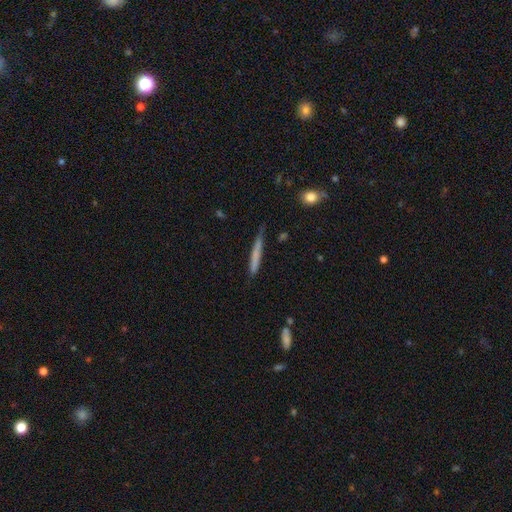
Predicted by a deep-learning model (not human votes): Overall: smooth (68%). How rounded: cigar-shaped (96%). Merging: none (71%).